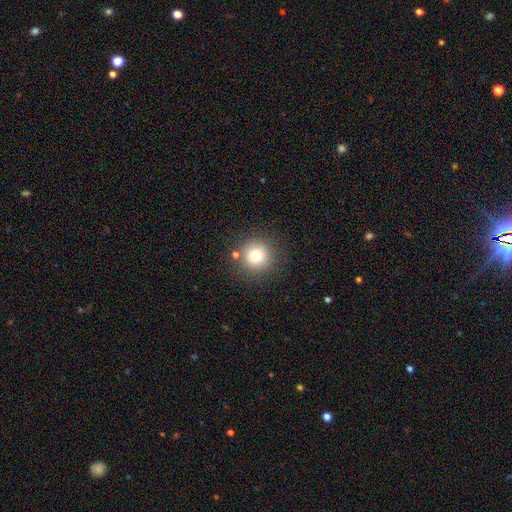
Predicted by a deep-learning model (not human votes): The model was most divided on "smooth or featured": smooth: 77%, star or artifact: 13%, featured or disk: 9%. More confident: how rounded — round (94%); merging — none (83%).